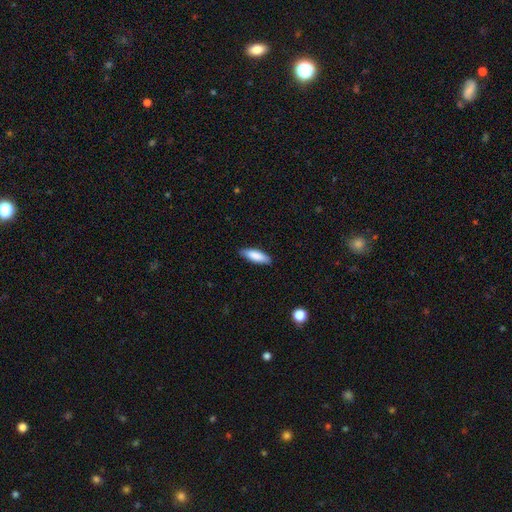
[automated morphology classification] Smooth or featured? smooth (86%)
How rounded? in between (55%)
Merging? none (85%)